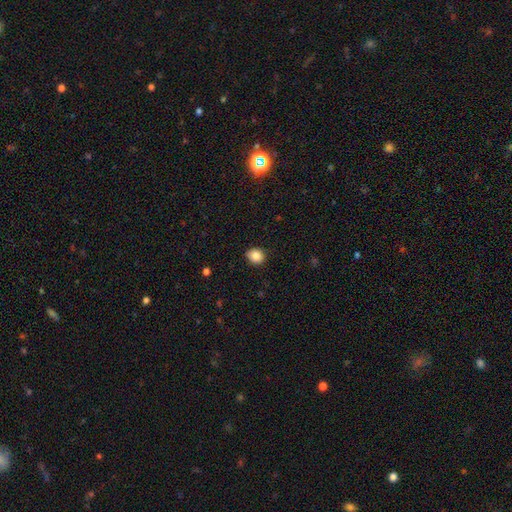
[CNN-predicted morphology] Q: Smooth or featured?
A: smooth (85%); runner-up: star or artifact (10%)
Q: How rounded?
A: round (75%); runner-up: in between (24%)
Q: Merging?
A: none (85%); runner-up: minor disturbance (12%)